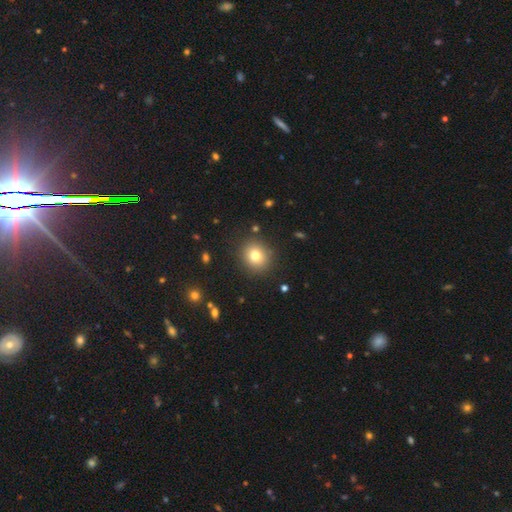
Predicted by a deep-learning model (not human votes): This is likely a smooth galaxy (77%). How rounded: clearly round (82%). Merging: clearly none (89%).